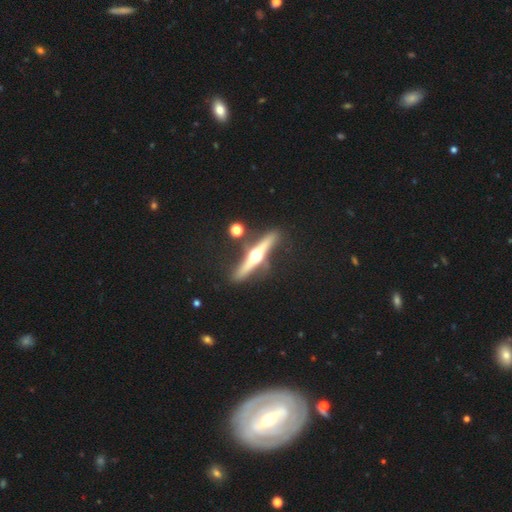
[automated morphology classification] Overall: featured or disk (80%). Edge-on disk: yes (97%). Edge-on bulge: rounded (96%). Merging: none (80%).